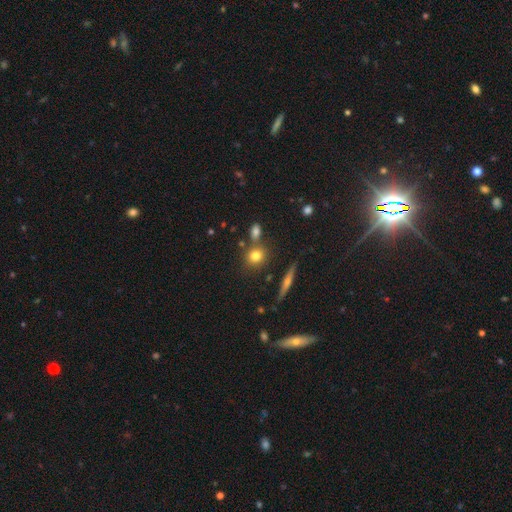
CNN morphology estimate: A smooth galaxy with no disk features (77%) that is round (71%).

Vote fractions:
- Smooth or featured? smooth: 77% / star or artifact: 11% / featured or disk: 11%
- How rounded? round: 71% / in between: 26% / cigar-shaped: 4%
- Merging? none: 71% / merger: 16% / minor disturbance: 10% / major disturbance: 3%